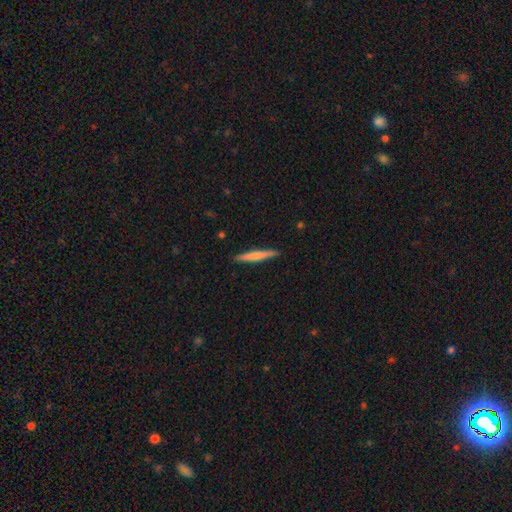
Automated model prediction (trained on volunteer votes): A smooth galaxy with no disk features (59%) that is cigar-shaped (95%). Merging: none (91%).